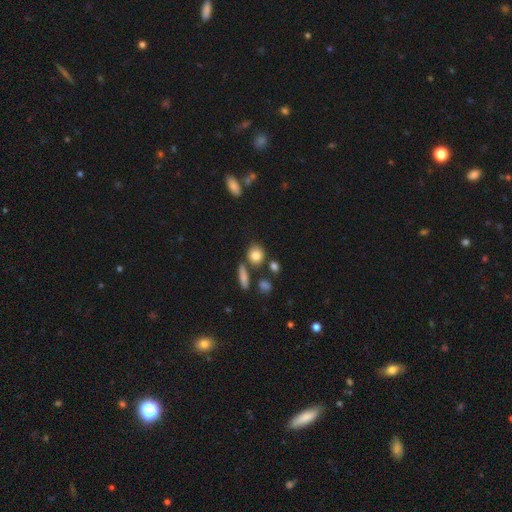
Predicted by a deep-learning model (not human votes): This is clearly a smooth galaxy (82%). How rounded: likely round (71%). Merging: likely none (69%).